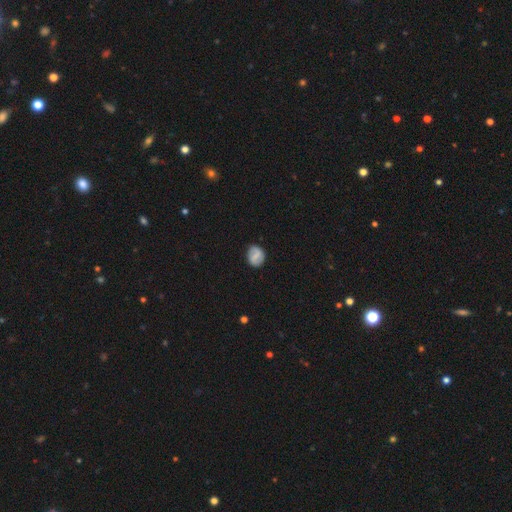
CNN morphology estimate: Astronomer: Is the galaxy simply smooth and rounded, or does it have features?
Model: smooth — 58% (runner-up: featured or disk, 34%).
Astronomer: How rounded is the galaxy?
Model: round — 55% (runner-up: in between, 44%).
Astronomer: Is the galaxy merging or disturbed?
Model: none — 84%.